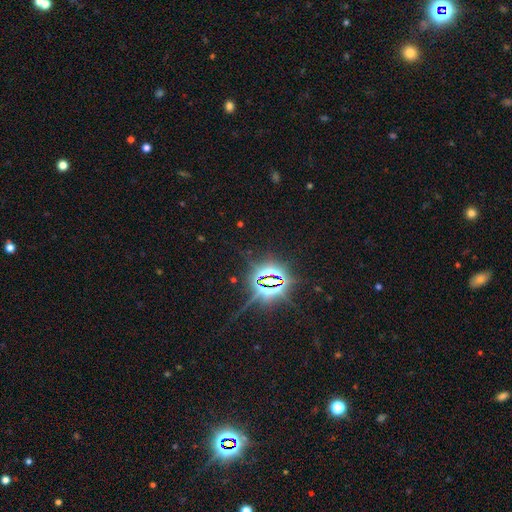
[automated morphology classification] smooth_or_featured: star or artifact (p=0.84) [alt: smooth p=0.10]